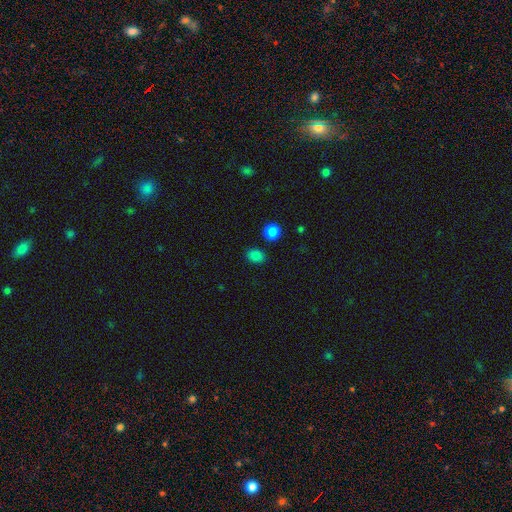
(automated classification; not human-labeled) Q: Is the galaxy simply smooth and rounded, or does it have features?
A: smooth — 84%.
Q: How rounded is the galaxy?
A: in between — 55%.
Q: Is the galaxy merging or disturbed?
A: none — 84%.